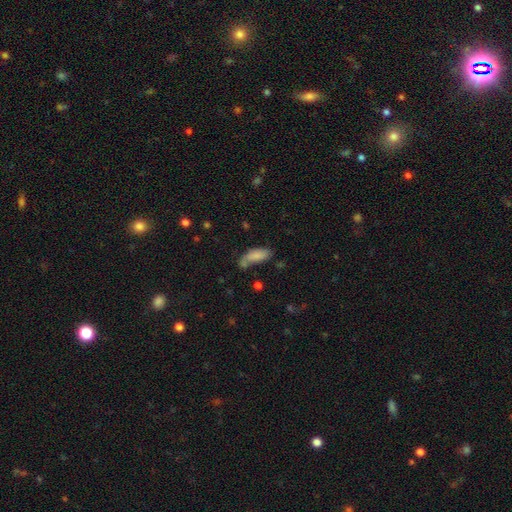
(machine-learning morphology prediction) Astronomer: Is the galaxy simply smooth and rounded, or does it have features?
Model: smooth — 79%.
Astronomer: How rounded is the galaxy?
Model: in between — 70%.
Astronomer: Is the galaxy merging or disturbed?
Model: none — 47% (runner-up: minor disturbance, 27%).